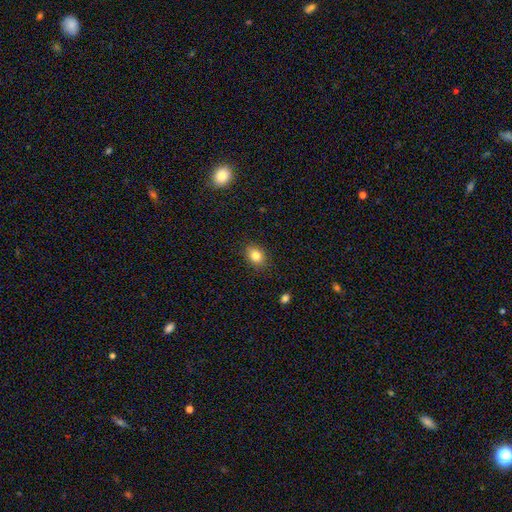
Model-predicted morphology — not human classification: smooth_or_featured: smooth (p=0.83) [alt: star or artifact p=0.10]
how_rounded: in between (p=0.60) [alt: round p=0.39]
merging: none (p=0.86) [alt: minor disturbance p=0.10]